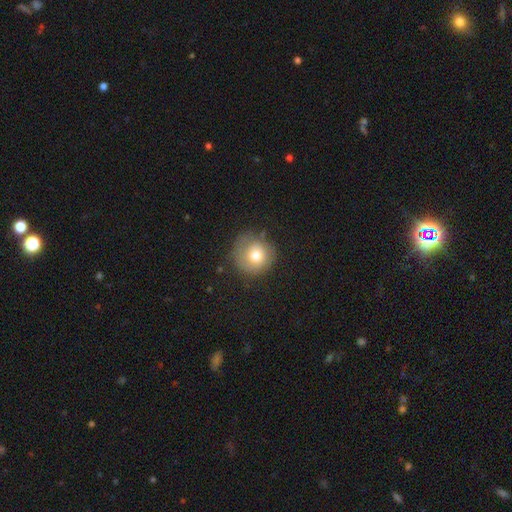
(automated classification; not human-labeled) A smooth galaxy with no disk features (74%) that is round (91%). Merging: none (69%).